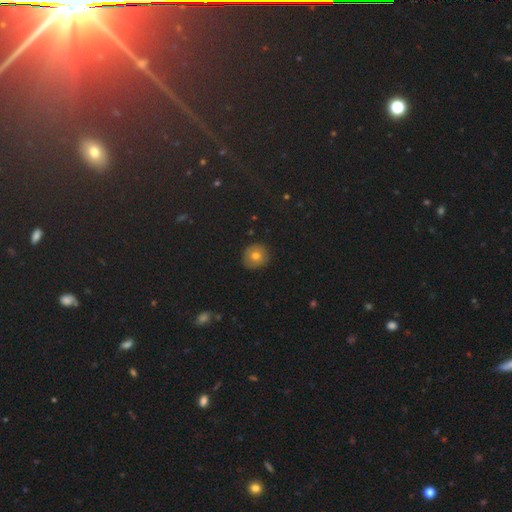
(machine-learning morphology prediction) Smooth or featured: smooth — 69% (featured or disk — 16%)
How rounded: round — 89% (in between — 10%)
Merging: none — 87% (minor disturbance — 10%)